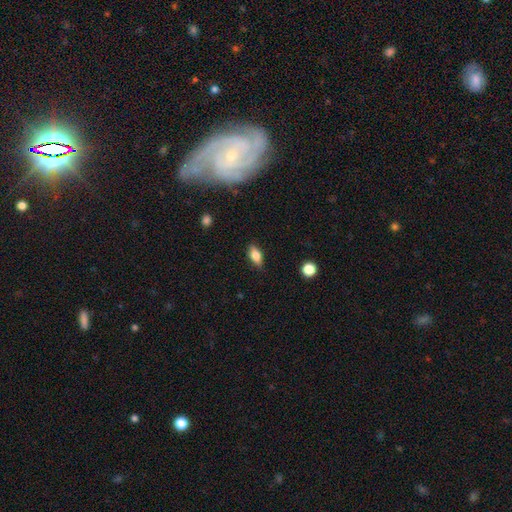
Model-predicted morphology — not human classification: This appears to be a smooth galaxy with no disk features (76%) that is in between round and cigar-shaped (84%). Merging: none (83%).